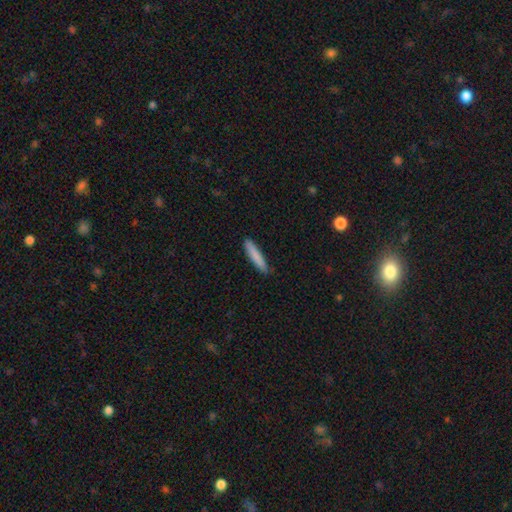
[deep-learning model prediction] smooth_or_featured: smooth (p=0.83) [alt: featured or disk p=0.11]
how_rounded: cigar-shaped (p=0.91) [alt: in between p=0.08]
merging: none (p=0.86) [alt: minor disturbance p=0.11]